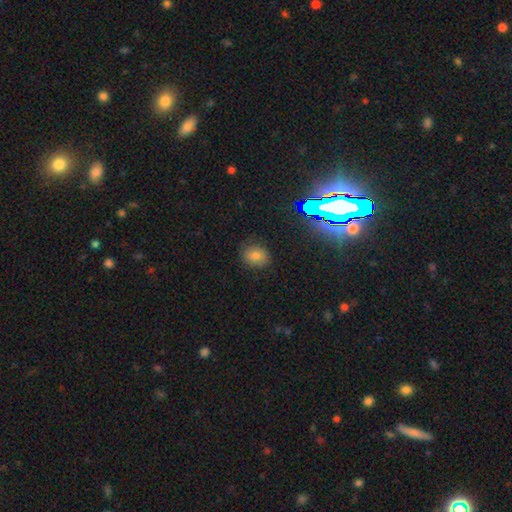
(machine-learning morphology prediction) Smooth or featured: smooth — 70% (star or artifact — 20%)
How rounded: round — 59% (in between — 40%)
Merging: none — 84% (minor disturbance — 12%)